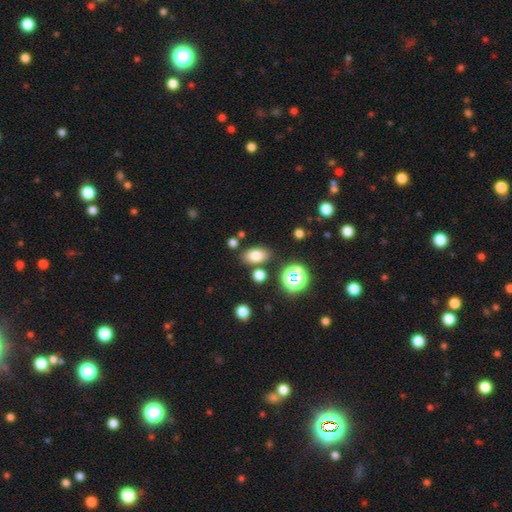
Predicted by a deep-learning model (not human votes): smooth 75%, star or artifact 15%, featured or disk 10%. Down the decision tree: how rounded — in between (85%); merging — none (79%).